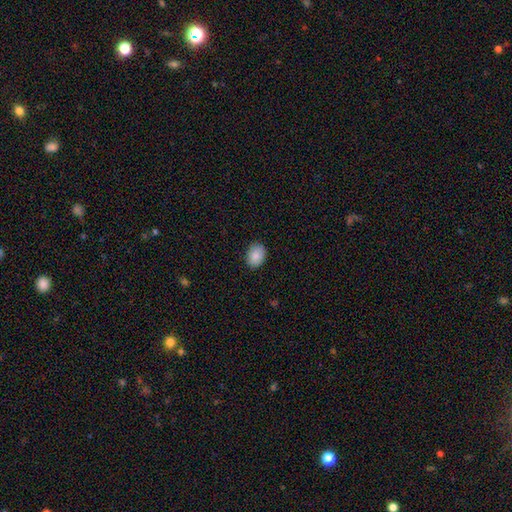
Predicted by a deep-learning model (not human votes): The model was most divided on "how rounded": in between: 70%, round: 29%, cigar-shaped: 1%. More confident: smooth or featured — smooth (88%); merging — none (87%).